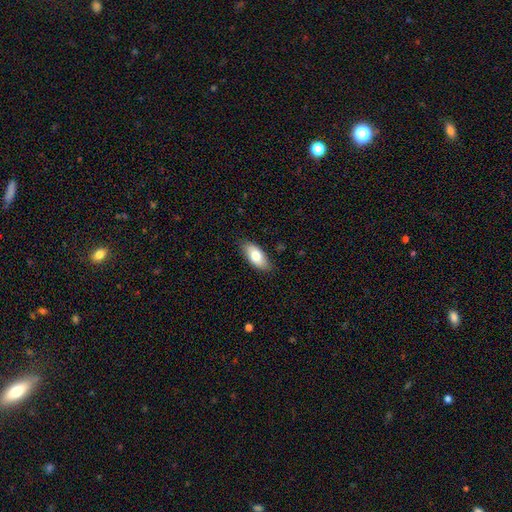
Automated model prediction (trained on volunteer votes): Morphology: type=smooth (76%); roundness=in between (89%); merging=none (84%).